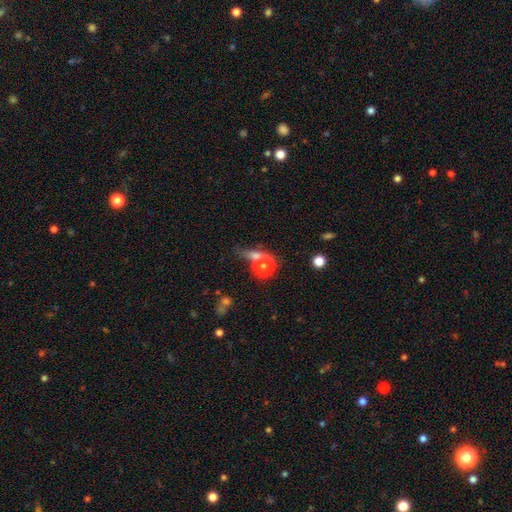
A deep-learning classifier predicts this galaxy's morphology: This is likely a smooth galaxy (66%). How rounded: possibly round (59%). Merging: marginally none (41%).